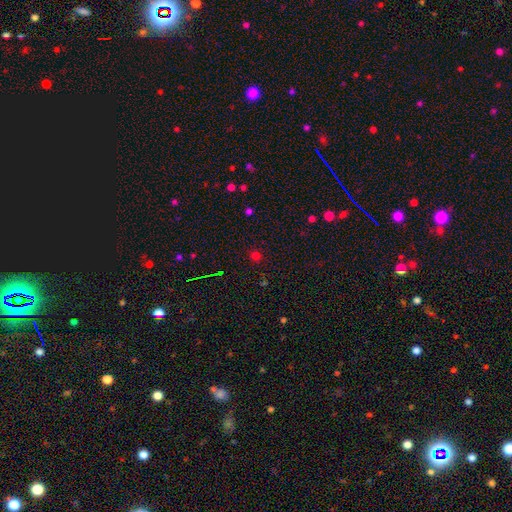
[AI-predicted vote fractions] Smooth or featured?
  - smooth: 63% *
  - star or artifact: 31%
  - featured or disk: 5%
How rounded?
  - round: 89% *
  - in between: 10%
  - cigar-shaped: 1%
Merging?
  - none: 87% *
  - minor disturbance: 8%
  - major disturbance: 3%
  - merger: 2%